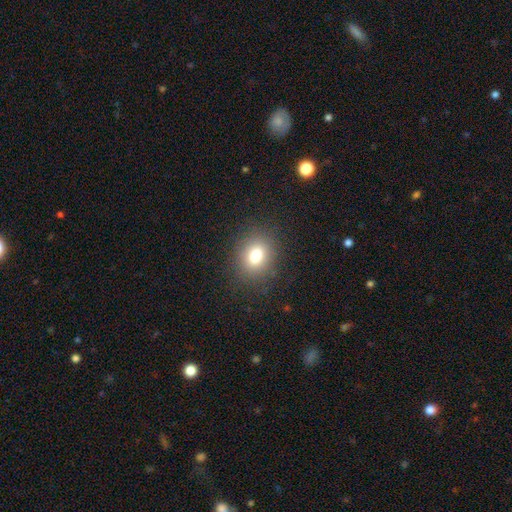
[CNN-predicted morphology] Smooth or featured: smooth — 77% (star or artifact — 14%)
How rounded: round — 59% (in between — 40%)
Merging: none — 87% (minor disturbance — 8%)